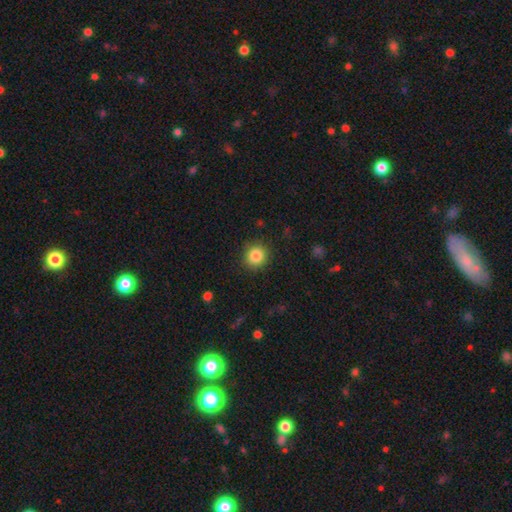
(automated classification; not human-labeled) A smooth galaxy with no disk features (85%) that is round (89%). Merging: none (89%).